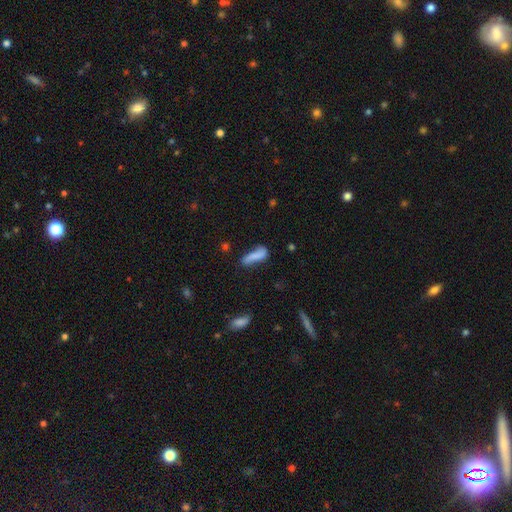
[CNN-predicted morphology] Smooth or featured? Predicted: smooth (p=0.70). How rounded? Predicted: cigar-shaped (p=0.54). Merging? Predicted: none (p=0.49).